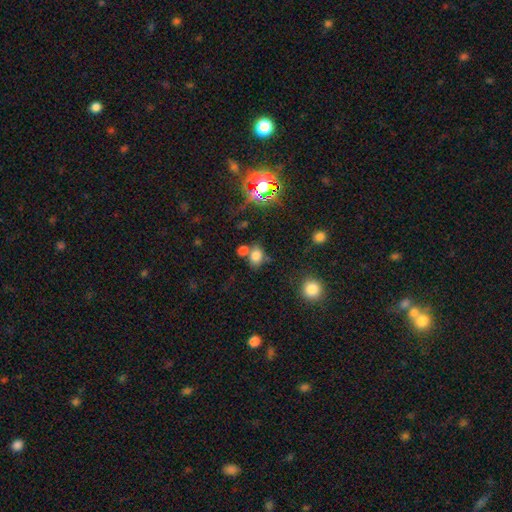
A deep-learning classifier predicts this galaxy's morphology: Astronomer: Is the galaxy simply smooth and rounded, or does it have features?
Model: smooth — 70%.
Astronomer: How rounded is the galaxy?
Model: in between — 58% (runner-up: round, 41%).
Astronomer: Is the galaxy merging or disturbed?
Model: none — 53%.